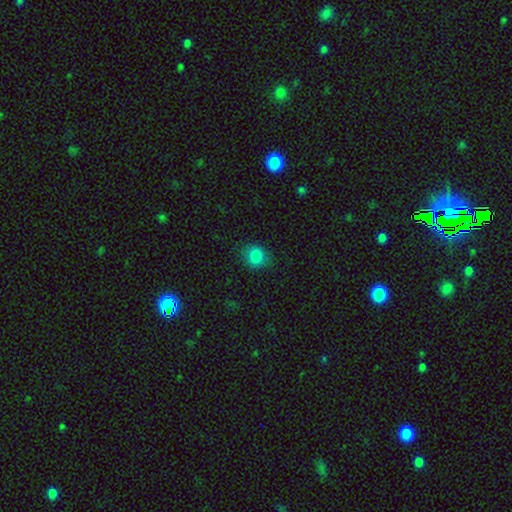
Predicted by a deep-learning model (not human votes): Overall: smooth (84%). How rounded: round (71%). Merging: none (81%).